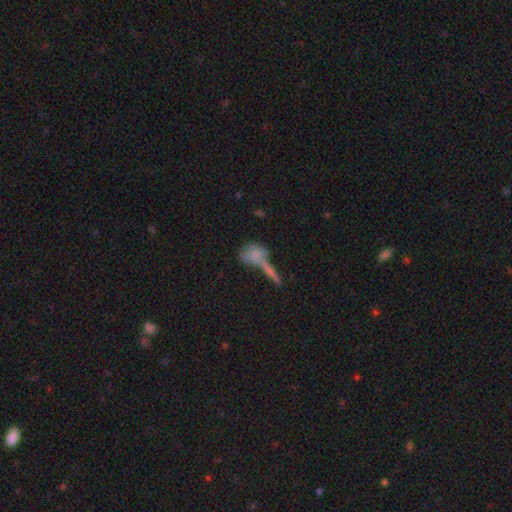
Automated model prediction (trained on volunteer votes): The model was most divided on "merging": merger: 43%, none: 32%, minor disturbance: 13%, major disturbance: 11%. Remaining: smooth or featured — smooth (65%); how rounded — in between (47%).